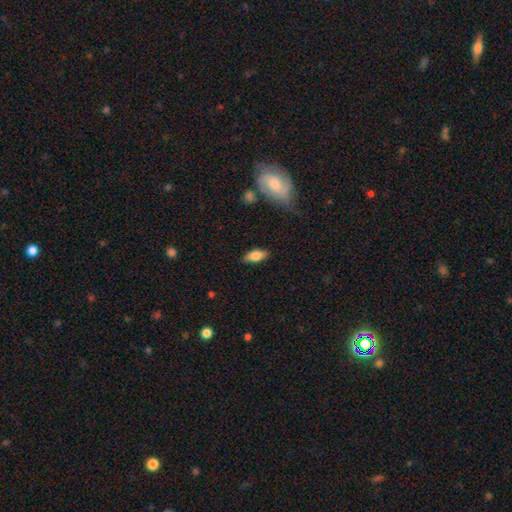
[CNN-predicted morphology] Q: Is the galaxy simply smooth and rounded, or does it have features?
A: smooth — 81%.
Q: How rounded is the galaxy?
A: in between — 87%.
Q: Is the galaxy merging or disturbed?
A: none — 85%.